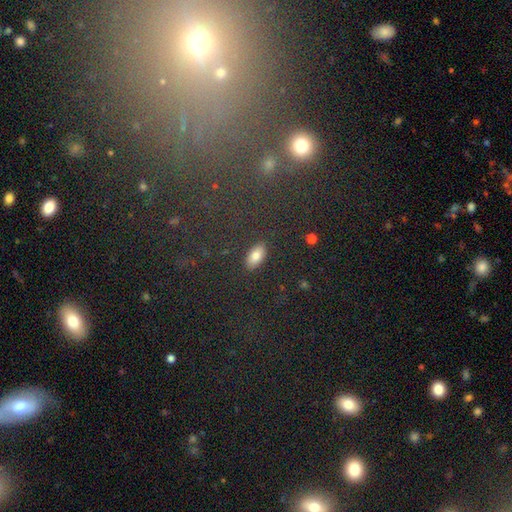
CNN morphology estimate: This appears to be a smooth galaxy with no disk features (81%) that is in between round and cigar-shaped (91%). Merging: none (88%).